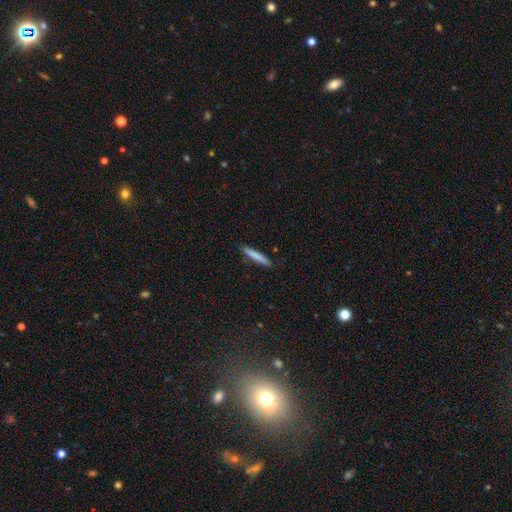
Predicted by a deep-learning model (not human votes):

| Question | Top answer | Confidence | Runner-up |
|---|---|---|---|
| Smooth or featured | smooth | 79% | featured or disk (15%) |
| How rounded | cigar-shaped | 94% | in between (4%) |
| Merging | none | 88% | minor disturbance (9%) |